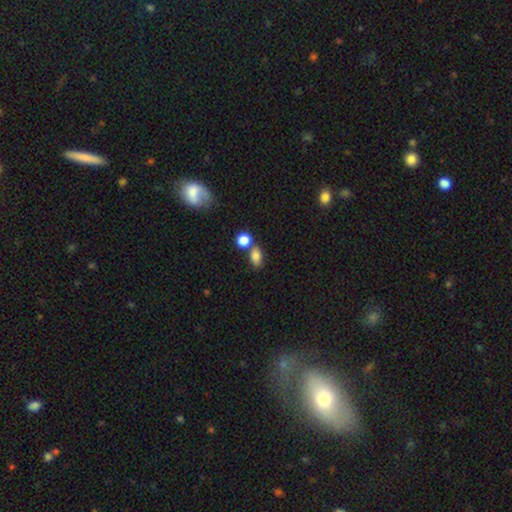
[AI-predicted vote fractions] Overall: smooth (81%). How rounded: in between (76%). Merging: none (57%; merger 25%).